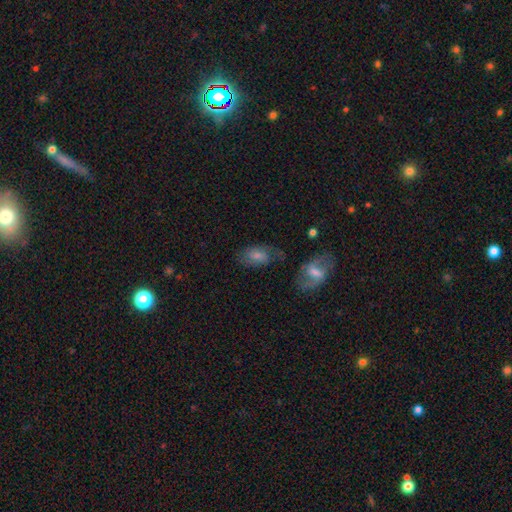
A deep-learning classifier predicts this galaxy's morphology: type=smooth (49%); merging=none (65%).